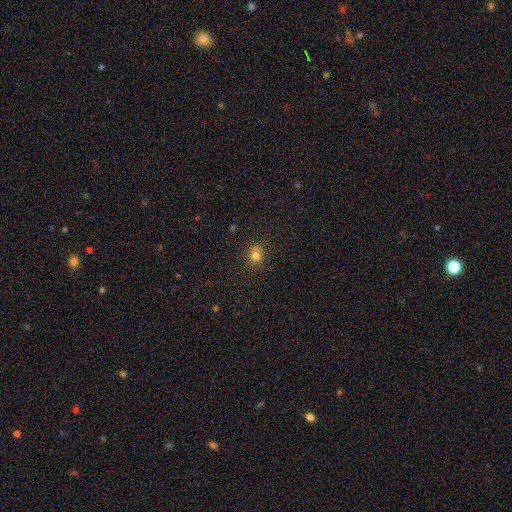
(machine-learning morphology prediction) Overall: smooth (77%). How rounded: round (76%). Merging: none (82%).